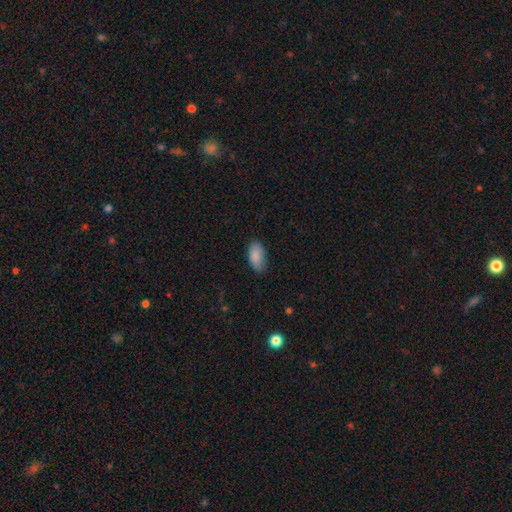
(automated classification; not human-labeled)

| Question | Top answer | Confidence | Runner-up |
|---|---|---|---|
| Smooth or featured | smooth | 87% | star or artifact (7%) |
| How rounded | in between | 92% | cigar-shaped (5%) |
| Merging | none | 74% | minor disturbance (21%) |